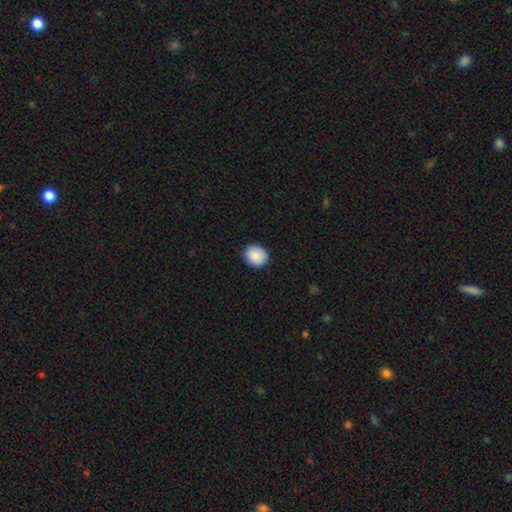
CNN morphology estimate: Smooth or featured?
  - smooth: 89% *
  - star or artifact: 7%
  - featured or disk: 4%
How rounded?
  - round: 82% *
  - in between: 17%
  - cigar-shaped: 1%
Merging?
  - none: 90% *
  - minor disturbance: 7%
  - major disturbance: 2%
  - merger: 1%